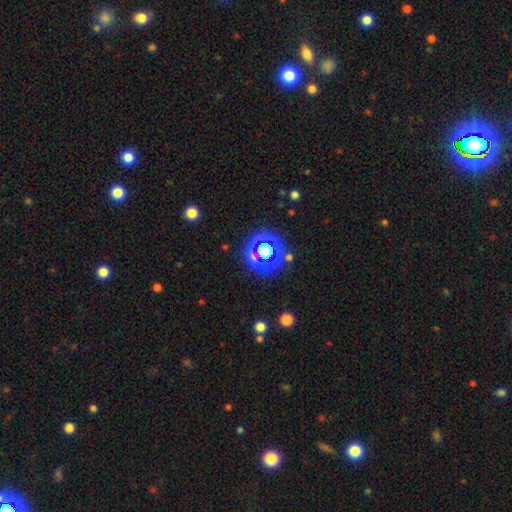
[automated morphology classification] The model was most divided on "smooth or featured": star or artifact: 58%, smooth: 28%, featured or disk: 14%.